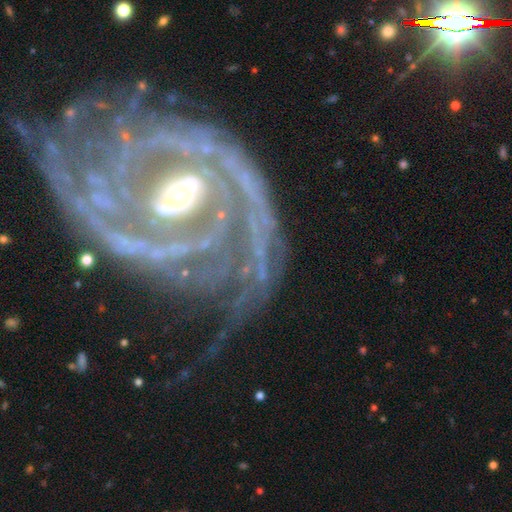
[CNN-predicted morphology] Overall: featured or disk (91%). Edge-on disk: no (97%). Bar: no (61%; weak 21%). Spiral arms: yes (95%). Spiral arm count: 2 (40%; can't tell 17%). Spiral winding: tight (63%; medium 28%). Bulge size: moderate (47%; small 42%). Merging: none (59%; minor disturbance 20%).